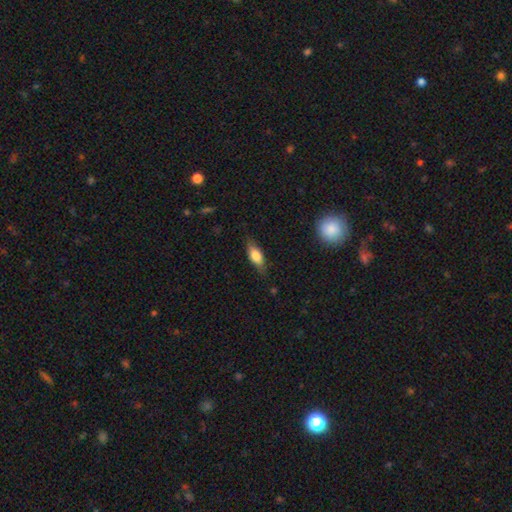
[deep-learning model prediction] Smooth or featured? Predicted: smooth (p=0.72). How rounded? Predicted: in between (p=0.75). Merging? Predicted: none (p=0.79).